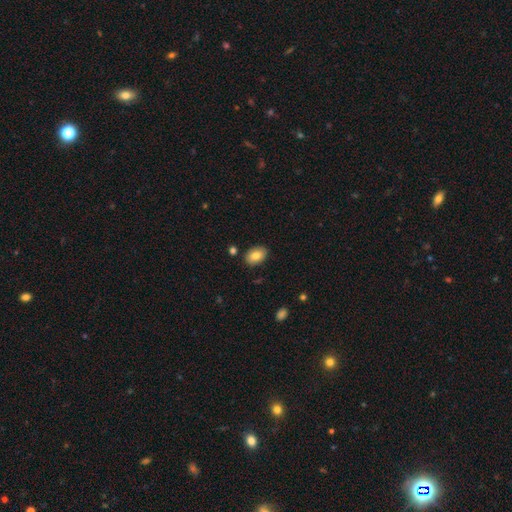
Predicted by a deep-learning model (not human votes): smooth 82%, featured or disk 11%, star or artifact 7%. Down the decision tree: how rounded — in between (85%); merging — none (85%).